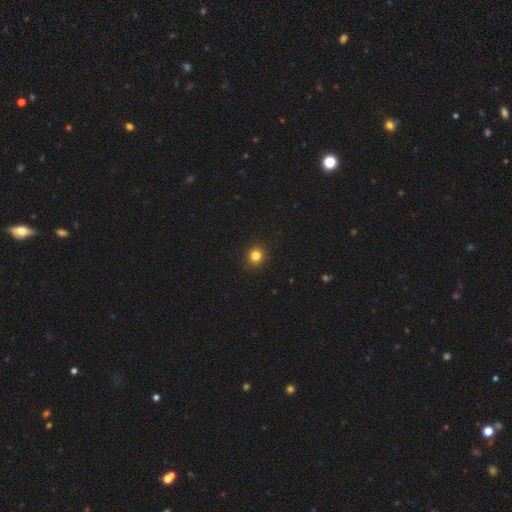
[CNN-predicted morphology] This is clearly a smooth galaxy (83%). How rounded: clearly round (85%). Merging: clearly none (90%).